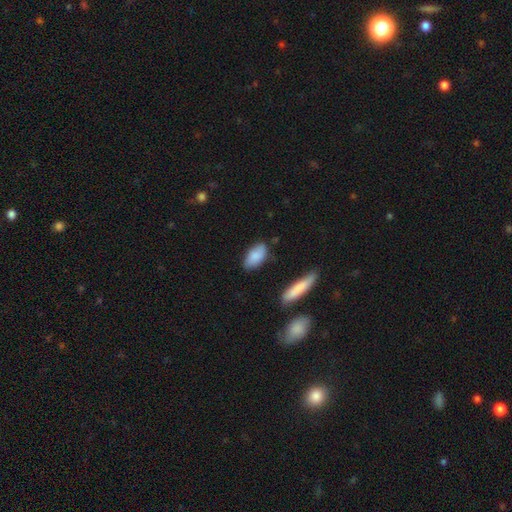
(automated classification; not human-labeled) A smooth galaxy with no disk features (84%) that is in between round and cigar-shaped (91%). Merging: none (77%).